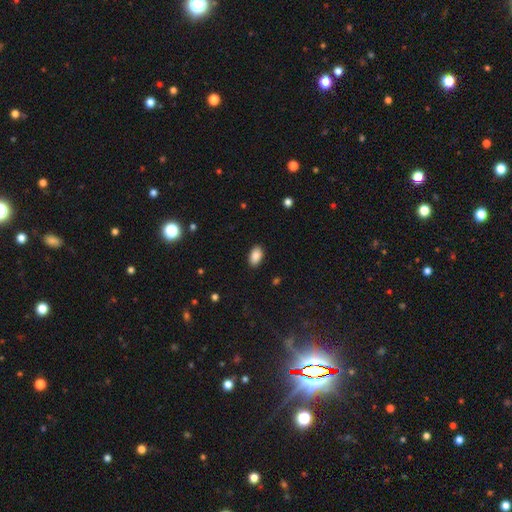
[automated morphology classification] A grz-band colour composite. It shows a smooth galaxy with no disk features (88%) that is in between round and cigar-shaped (93%). Merging: none (89%).